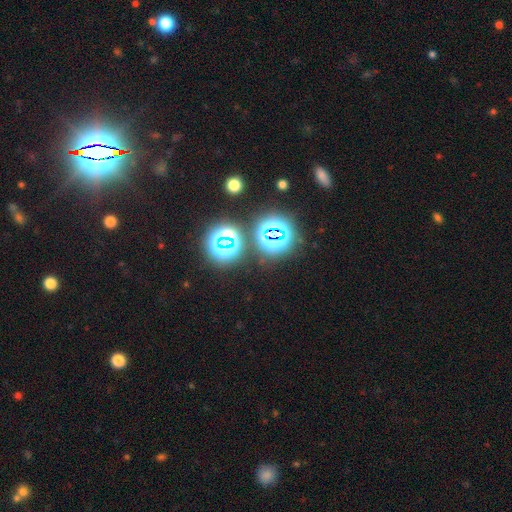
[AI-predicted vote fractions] Smooth or featured: star or artifact — 76% (smooth — 17%)